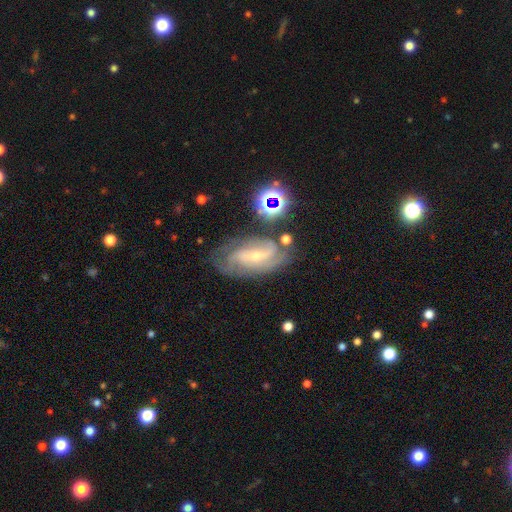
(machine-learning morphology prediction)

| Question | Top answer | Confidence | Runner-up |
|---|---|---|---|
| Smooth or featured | featured or disk | 81% | smooth (10%) |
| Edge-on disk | no | 94% | yes (6%) |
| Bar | weak | 46% | no (28%) |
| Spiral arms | yes | 95% | no (5%) |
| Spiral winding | medium | 44% | tight (38%) |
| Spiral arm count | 2 | 42% | can't tell (24%) |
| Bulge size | small | 65% | moderate (30%) |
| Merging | none | 63% | minor disturbance (21%) |